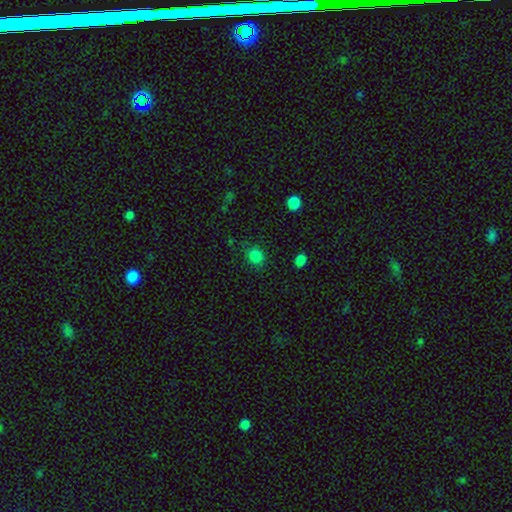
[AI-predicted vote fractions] This appears to be a smooth galaxy with no disk features (84%) that is round (83%). Merging: none (84%).